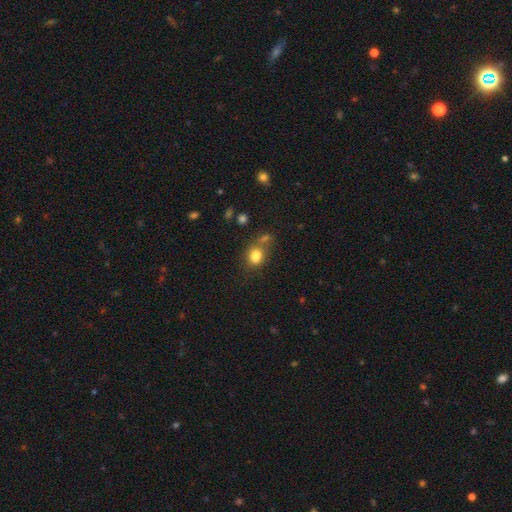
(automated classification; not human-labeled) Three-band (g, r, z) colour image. It shows a smooth galaxy with no disk features (80%) that is in between round and cigar-shaped (53%). Merging: none (50%).